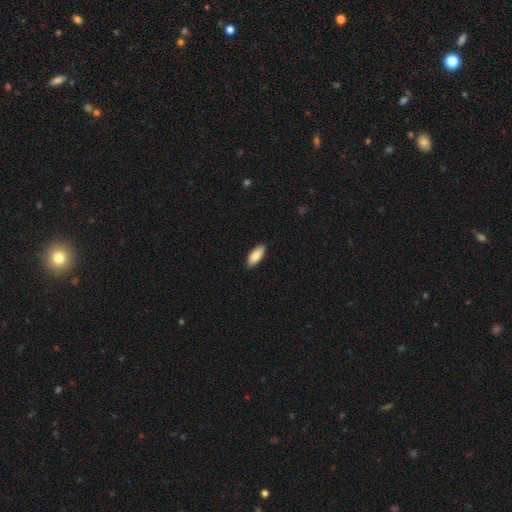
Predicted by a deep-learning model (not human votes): The model was most divided on "how rounded": in between: 84%, cigar-shaped: 14%, round: 2%. More confident: merging — none (90%); smooth or featured — smooth (85%).